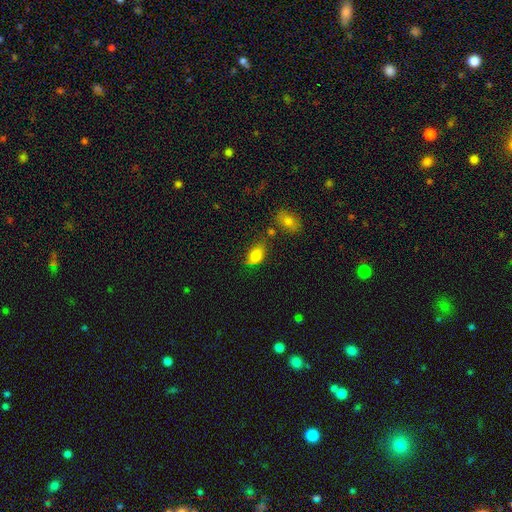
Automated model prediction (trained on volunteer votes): Smooth or featured: smooth — 81% (featured or disk — 10%)
How rounded: in between — 84% (round — 14%)
Merging: none — 53% (minor disturbance — 32%)